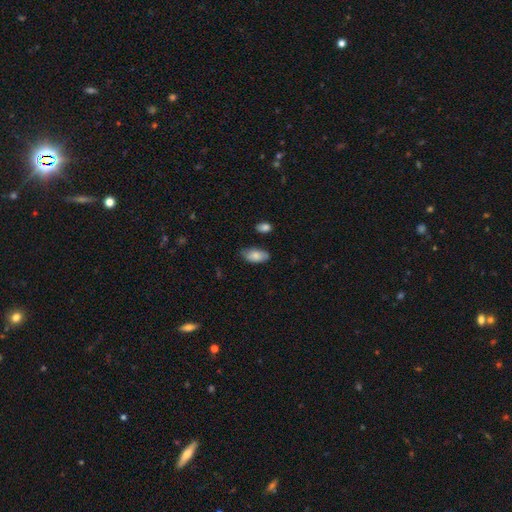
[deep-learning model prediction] The model was most divided on "merging": none: 73%, minor disturbance: 21%, major disturbance: 4%, merger: 3%. More confident: how rounded — in between (93%); smooth or featured — smooth (81%).